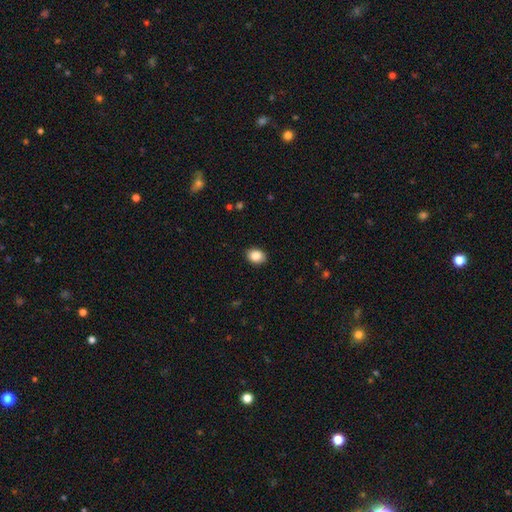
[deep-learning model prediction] Q: Smooth or featured?
A: smooth (86%); runner-up: star or artifact (8%)
Q: How rounded?
A: in between (61%); runner-up: round (38%)
Q: Merging?
A: none (90%); runner-up: minor disturbance (7%)